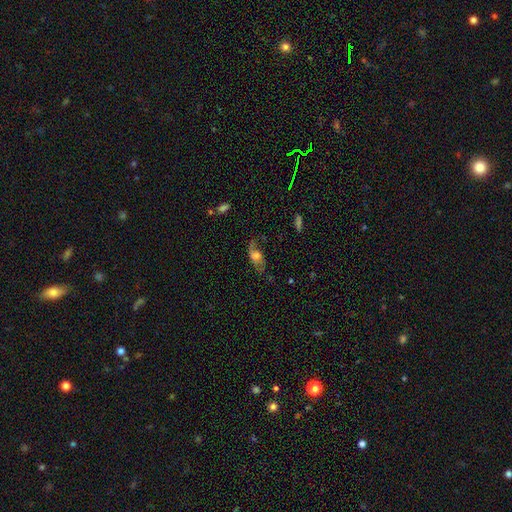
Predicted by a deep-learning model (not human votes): This appears to be a featured or disk galaxy (53%). Merging: none (51%).